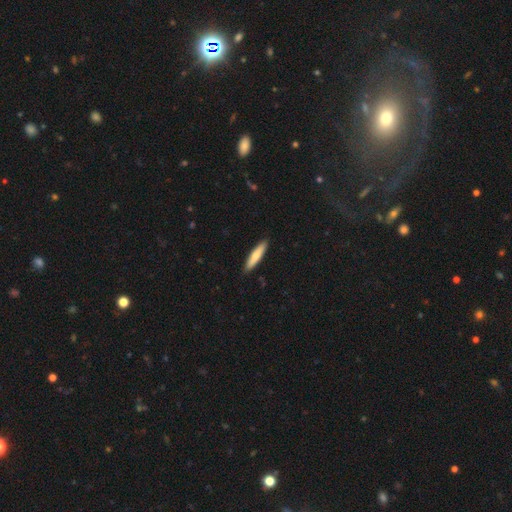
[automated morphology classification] smooth 72%, featured or disk 22%, star or artifact 5%. Down the decision tree: how rounded — cigar-shaped (81%); merging — none (90%).